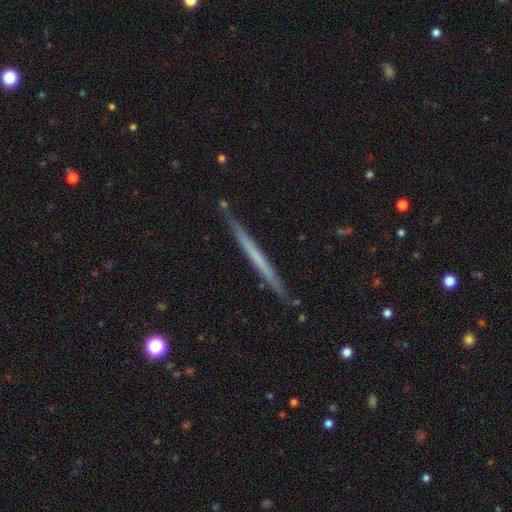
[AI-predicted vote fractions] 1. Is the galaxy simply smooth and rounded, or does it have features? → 53% featured or disk, 42% smooth, 5% star or artifact.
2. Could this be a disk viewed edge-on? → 97% yes, 3% no.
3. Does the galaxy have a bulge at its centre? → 92% none, 5% rounded, 3% boxy.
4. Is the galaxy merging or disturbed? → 89% none, 8% minor disturbance, 2% merger, 1% major disturbance.